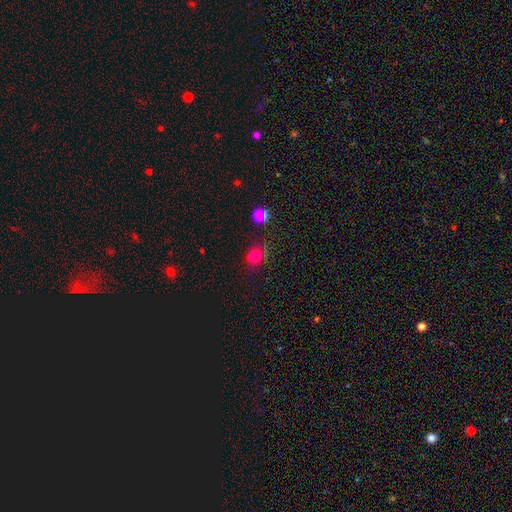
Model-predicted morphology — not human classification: The model was most divided on "how rounded": round: 72%, in between: 26%, cigar-shaped: 1%. More confident: smooth or featured — smooth (71%); merging — none (68%).